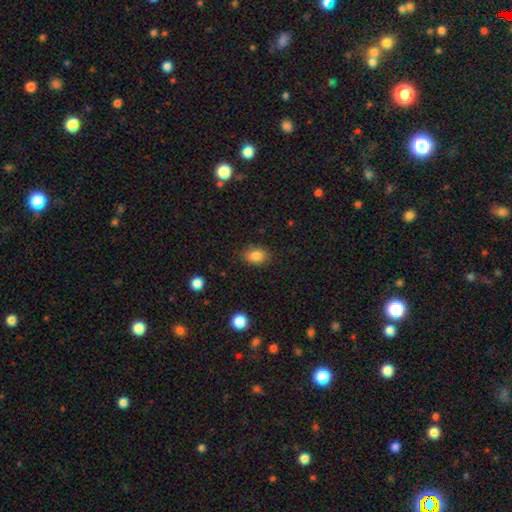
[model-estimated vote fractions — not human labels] This is clearly a smooth galaxy (84%). How rounded: likely in between (72%). Merging: clearly none (84%).